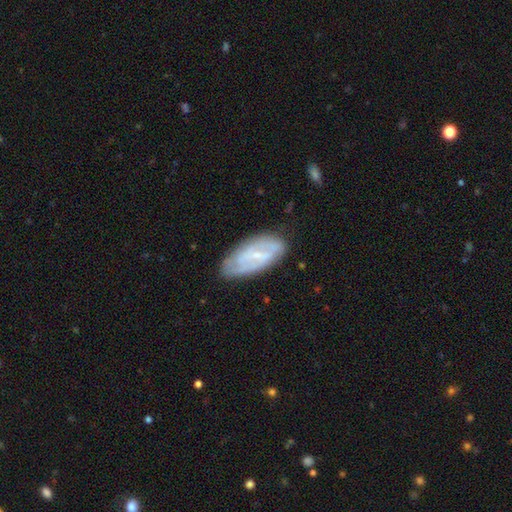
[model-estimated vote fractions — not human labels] This appears to be a featured or disk galaxy (63%) with a weak bar (46%), spiral arms (70%) and a small central bulge (68%). Merging: none (73%).